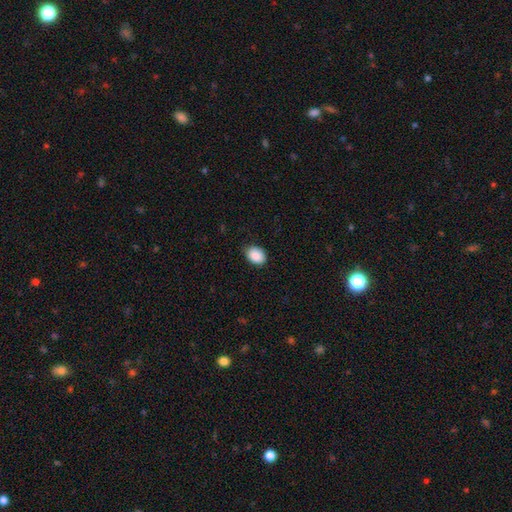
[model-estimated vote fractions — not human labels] Smooth or featured? Predicted: smooth (p=0.89). How rounded? Predicted: in between (p=0.72). Merging? Predicted: none (p=0.82).